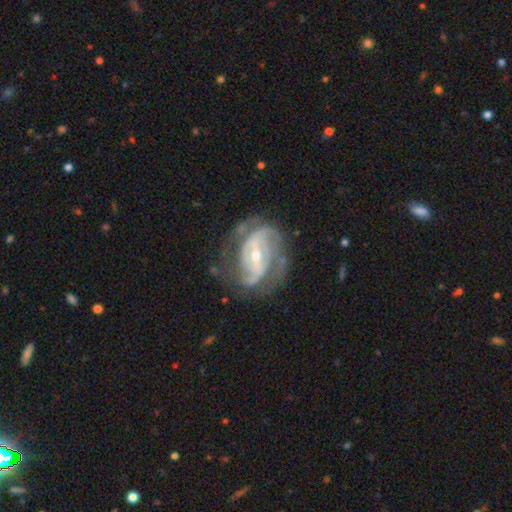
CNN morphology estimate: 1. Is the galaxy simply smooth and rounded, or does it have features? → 89% featured or disk, 6% smooth, 5% star or artifact.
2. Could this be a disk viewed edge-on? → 97% no, 3% yes.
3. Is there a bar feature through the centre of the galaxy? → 42% strong, 39% weak, 19% no.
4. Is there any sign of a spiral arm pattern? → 94% yes, 6% no.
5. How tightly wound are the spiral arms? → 44% tight, 43% medium, 13% loose.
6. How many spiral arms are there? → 50% 2, 20% 3, 18% can't tell, 5% 4, 4% 1, 3% more than 4.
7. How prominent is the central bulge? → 53% small, 43% moderate, 2% large, 1% none, 1% dominant.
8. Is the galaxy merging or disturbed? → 61% none, 21% minor disturbance, 16% major disturbance, 2% merger.